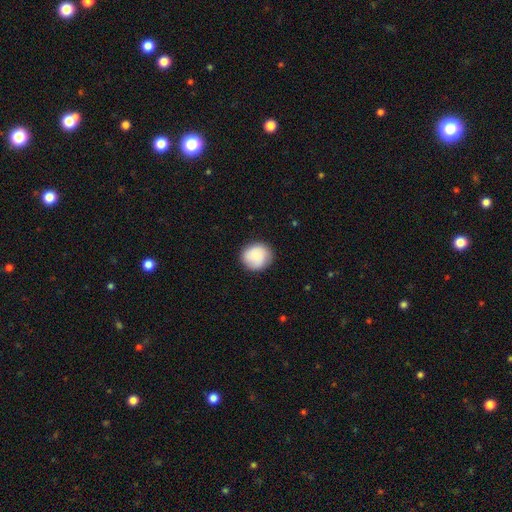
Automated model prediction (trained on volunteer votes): Q: Smooth or featured?
A: smooth (86%); runner-up: featured or disk (8%)
Q: How rounded?
A: round (87%); runner-up: in between (12%)
Q: Merging?
A: none (86%); runner-up: minor disturbance (11%)